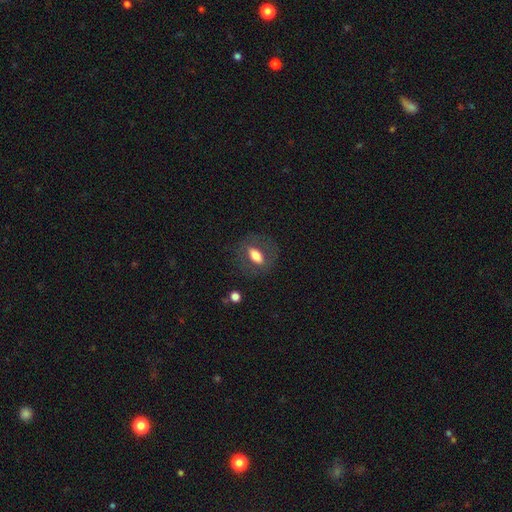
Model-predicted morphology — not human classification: smooth-or-featured: smooth: 60% | featured or disk: 31% | star or artifact: 9%
  how-rounded: in between: 78% | round: 13% | cigar-shaped: 9%
  merging: none: 75% | minor disturbance: 13% | major disturbance: 10% | merger: 2%